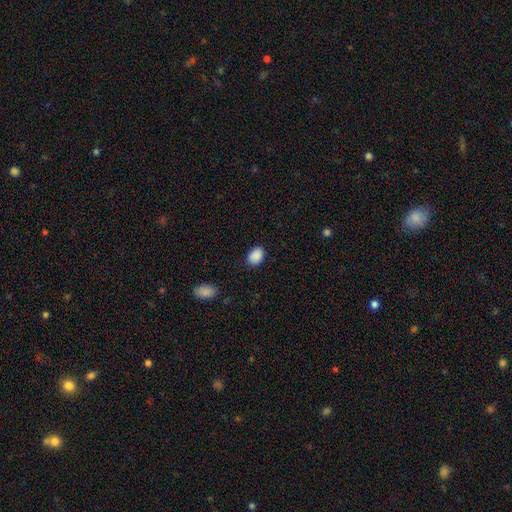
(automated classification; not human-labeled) Smooth or featured: smooth — 90% (star or artifact — 8%)
How rounded: in between — 77% (round — 22%)
Merging: none — 85% (minor disturbance — 11%)